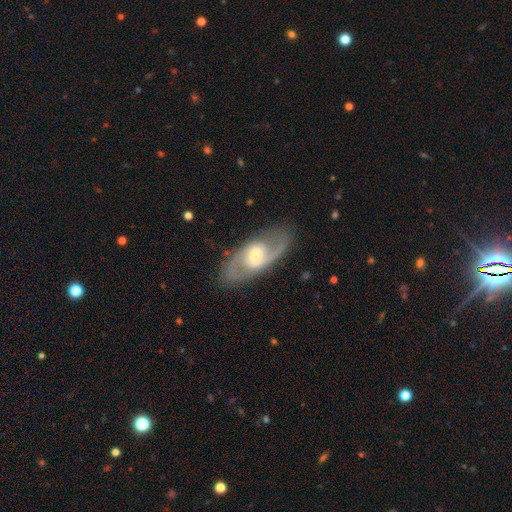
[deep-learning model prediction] This is clearly a featured or disk galaxy (85%). It is clearly not viewed edge-on (94%). Bar: possibly weak (55%). Spiral arm pattern: clearly yes (95%). Spiral arm count: clearly 2 (91%). Spiral winding: possibly medium (57%). Central bulge: possibly moderate (51%). Merging: clearly none (84%).